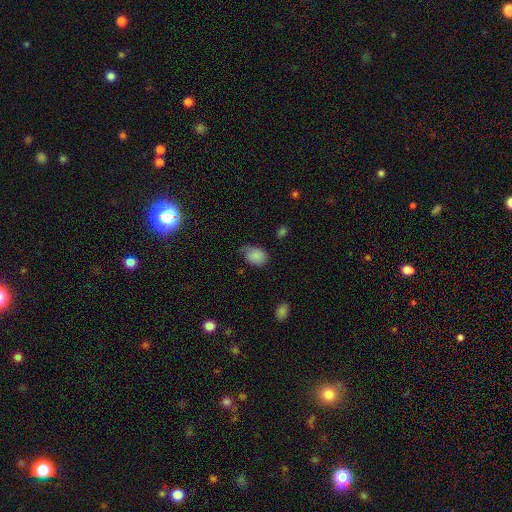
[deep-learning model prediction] Q: Smooth or featured?
A: smooth (80%); runner-up: featured or disk (12%)
Q: How rounded?
A: in between (75%); runner-up: round (24%)
Q: Merging?
A: none (44%); runner-up: minor disturbance (38%)